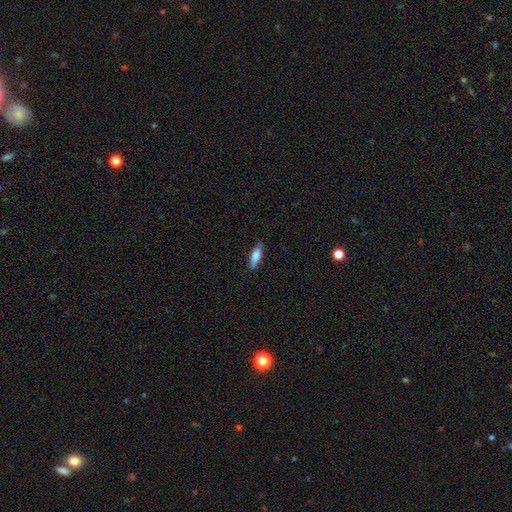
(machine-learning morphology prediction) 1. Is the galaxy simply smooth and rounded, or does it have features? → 77% smooth, 16% featured or disk, 6% star or artifact.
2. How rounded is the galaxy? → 56% in between, 42% cigar-shaped, 2% round.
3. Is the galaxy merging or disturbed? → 83% none, 13% minor disturbance, 3% major disturbance, 1% merger.